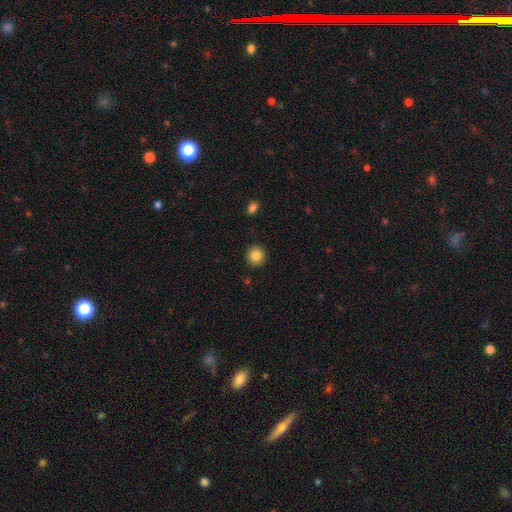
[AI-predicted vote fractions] Smooth or featured? smooth (84%)
How rounded? round (91%)
Merging? none (91%)